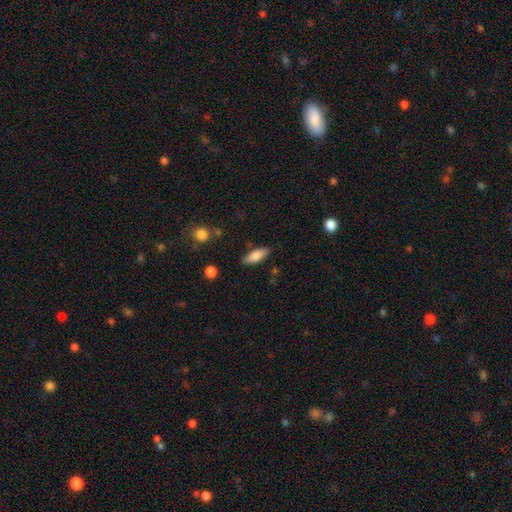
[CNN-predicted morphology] This is clearly a smooth galaxy (82%). How rounded: likely in between (72%). Merging: clearly none (84%).